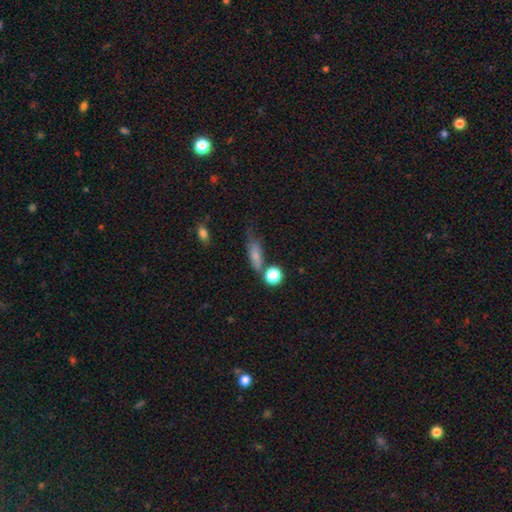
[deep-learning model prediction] Smooth or featured?
  - smooth: 75% *
  - featured or disk: 13%
  - star or artifact: 11%
How rounded?
  - in between: 51% *
  - cigar-shaped: 36%
  - round: 13%
Merging?
  - none: 47% *
  - minor disturbance: 27%
  - merger: 14%
  - major disturbance: 12%